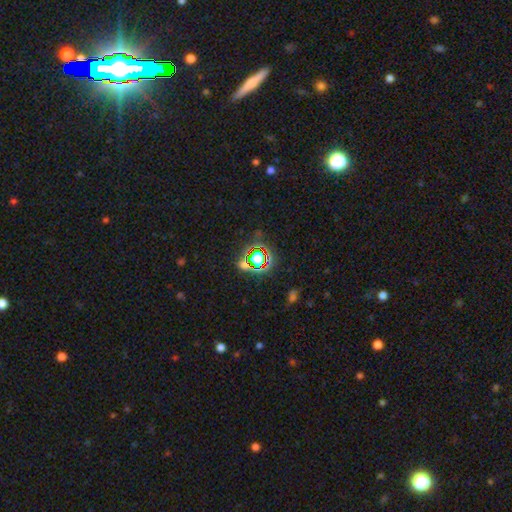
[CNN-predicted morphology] Smooth or featured? star or artifact (71%)